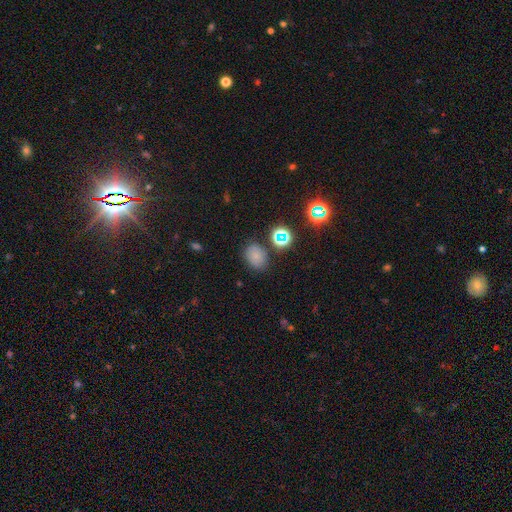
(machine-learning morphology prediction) Q: Smooth or featured?
A: smooth (70%); runner-up: star or artifact (20%)
Q: How rounded?
A: in between (57%); runner-up: round (42%)
Q: Merging?
A: none (76%); runner-up: minor disturbance (15%)